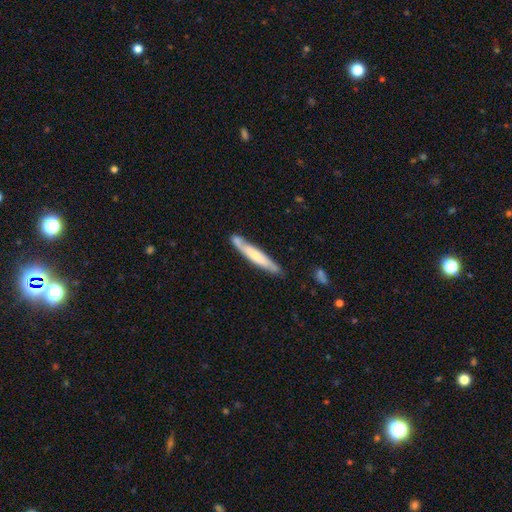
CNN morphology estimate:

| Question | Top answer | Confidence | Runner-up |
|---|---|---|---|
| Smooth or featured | smooth | 52% | featured or disk (43%) |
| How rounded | cigar-shaped | 92% | in between (7%) |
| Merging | none | 73% | minor disturbance (16%) |